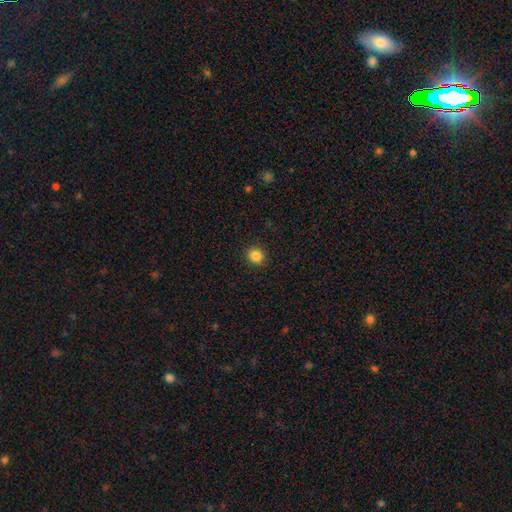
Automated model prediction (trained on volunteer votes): A smooth galaxy with no disk features (86%) that is round (81%). Merging: none (90%).